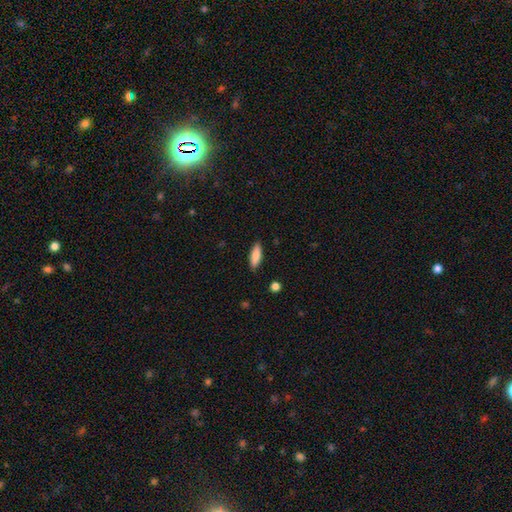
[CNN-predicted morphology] The model was most divided on "how rounded": in between: 62%, cigar-shaped: 37%, round: 2%. More confident: merging — none (87%); smooth or featured — smooth (85%).